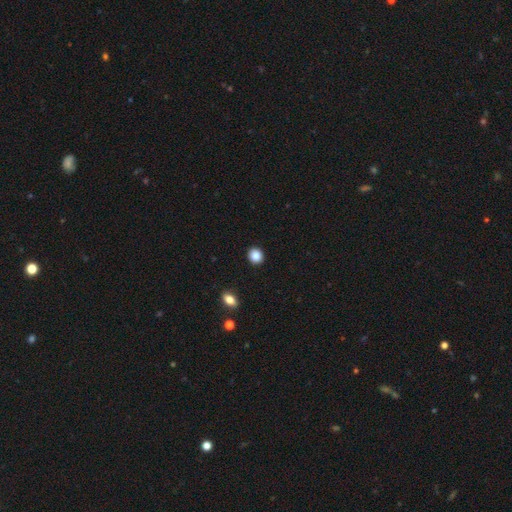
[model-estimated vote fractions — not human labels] Smooth or featured? Predicted: smooth (p=0.87). How rounded? Predicted: round (p=0.83). Merging? Predicted: none (p=0.92).